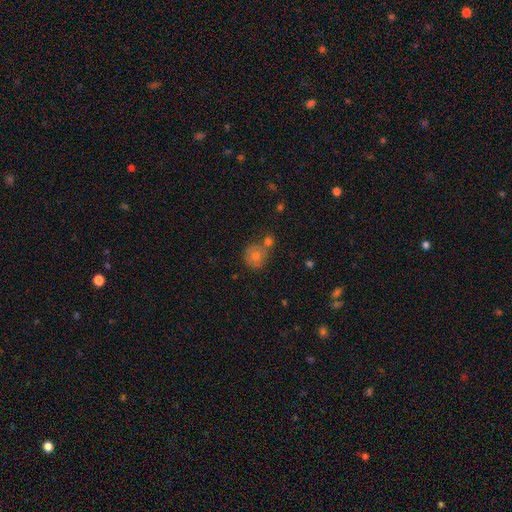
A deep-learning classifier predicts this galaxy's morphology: Smooth or featured? smooth (56%)
How rounded? round (86%)
Merging? none (62%)